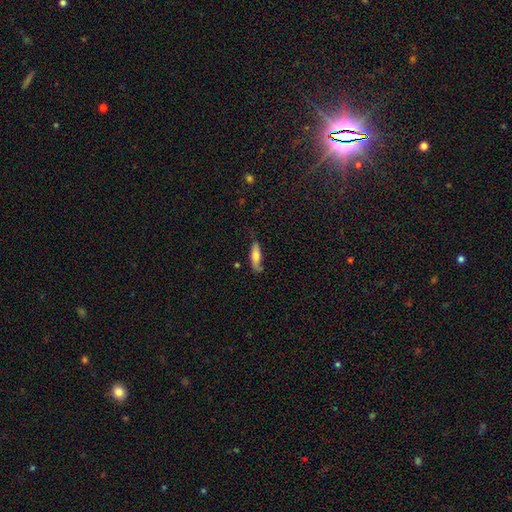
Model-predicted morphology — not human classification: Smooth or featured? smooth (68%)
How rounded? cigar-shaped (55%)
Merging? none (70%)